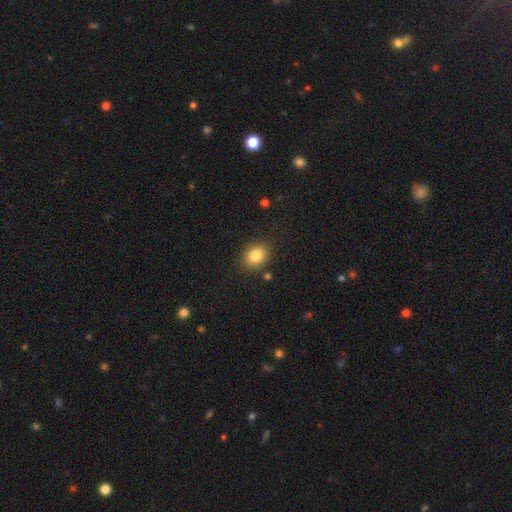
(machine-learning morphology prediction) smooth-or-featured: smooth: 85% | star or artifact: 9% | featured or disk: 6%
  how-rounded: in between: 50% | round: 49% | cigar-shaped: 1%
  merging: none: 84% | minor disturbance: 11% | major disturbance: 3% | merger: 3%